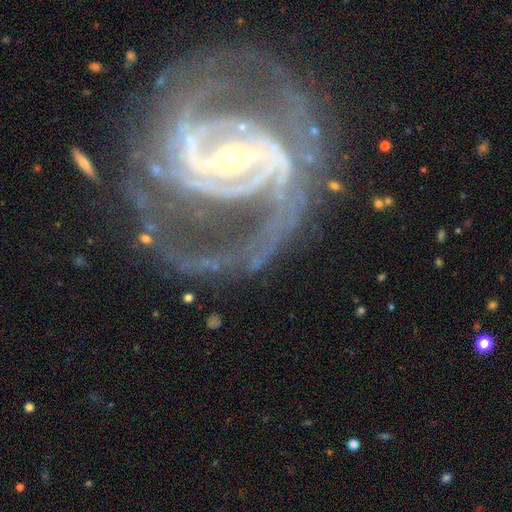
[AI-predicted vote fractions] A featured or disk galaxy (92%) with a strong bar (62%), 2 (64%) medium (49%) spiral arms (98%) and a small central bulge (72%).

Vote fractions:
- Smooth or featured? featured or disk: 92% / star or artifact: 5% / smooth: 3%
- Edge-on disk? no: 97% / yes: 3%
- Bar? strong: 62% / weak: 28% / no: 11%
- Spiral arms? yes: 98% / no: 2%
- Spiral winding? medium: 49% / tight: 38% / loose: 12%
- Spiral arm count? 2: 64% / 3: 12% / can't tell: 9% / 4: 6% / 1: 5% / more than 4: 5%
- Bulge size? small: 72% / moderate: 23% / large: 3% / none: 1% / dominant: 1%
- Merging? none: 65% / major disturbance: 16% / minor disturbance: 16% / merger: 2%